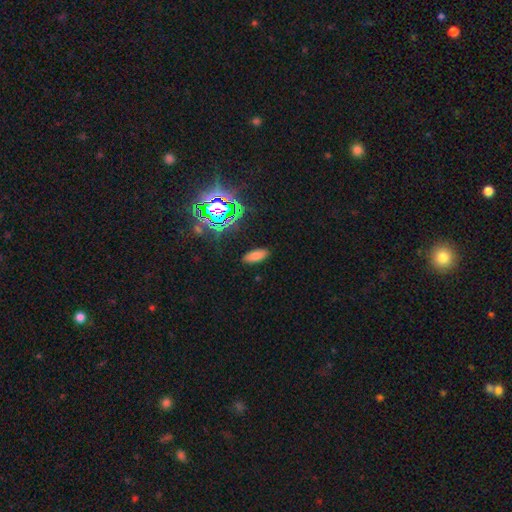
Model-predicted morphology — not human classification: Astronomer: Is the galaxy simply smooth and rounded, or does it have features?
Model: smooth — 69%.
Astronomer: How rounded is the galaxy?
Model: in between — 78%.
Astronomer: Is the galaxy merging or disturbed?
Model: none — 88%.